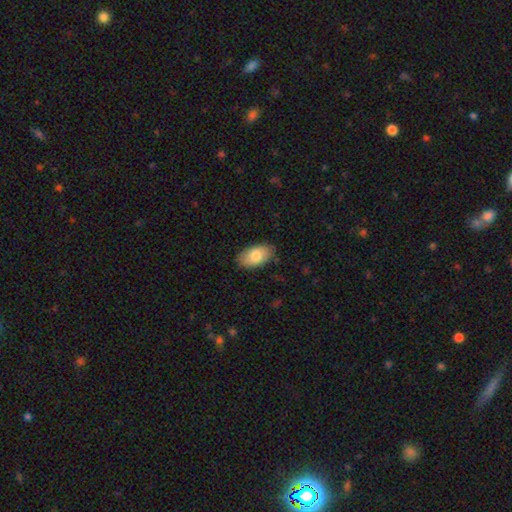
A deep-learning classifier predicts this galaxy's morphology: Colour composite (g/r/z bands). It shows a smooth galaxy with no disk features (80%) that is in between round and cigar-shaped (95%). Merging: none (85%).